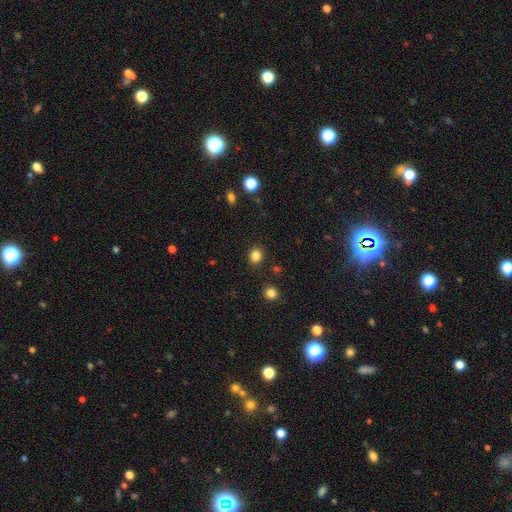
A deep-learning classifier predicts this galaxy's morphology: Smooth or featured: smooth — 84% (star or artifact — 12%)
How rounded: round — 72% (in between — 27%)
Merging: none — 89% (minor disturbance — 7%)